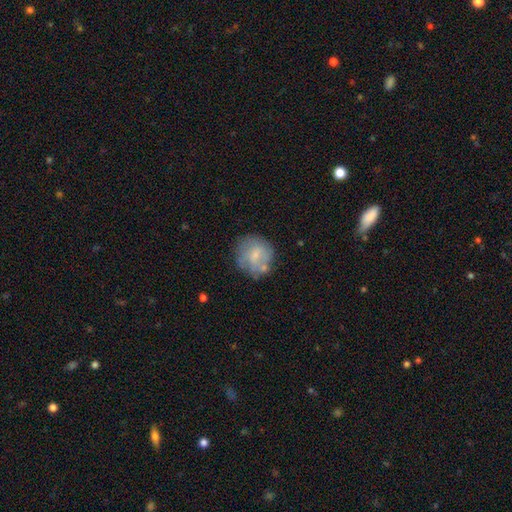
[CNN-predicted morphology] This is possibly a smooth galaxy (57%). How rounded: clearly round (84%). Merging: likely none (60%).